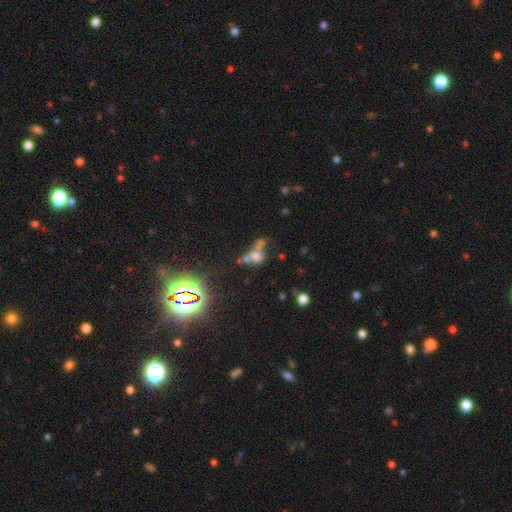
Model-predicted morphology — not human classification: smooth-or-featured: smooth: 54% | star or artifact: 27% | featured or disk: 20%
  how-rounded: round: 60% | in between: 37% | cigar-shaped: 3%
  merging: merger: 51% | none: 30% | minor disturbance: 10% | major disturbance: 10%